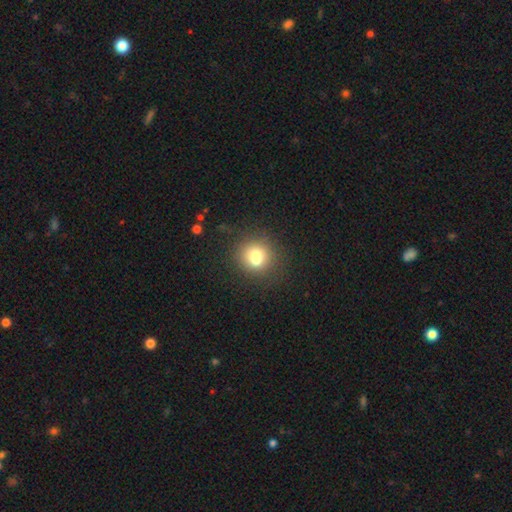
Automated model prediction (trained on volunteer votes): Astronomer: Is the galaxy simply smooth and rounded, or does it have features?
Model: smooth — 70%.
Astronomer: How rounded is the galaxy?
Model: round — 85%.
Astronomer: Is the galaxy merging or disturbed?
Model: none — 54% (runner-up: merger, 32%).